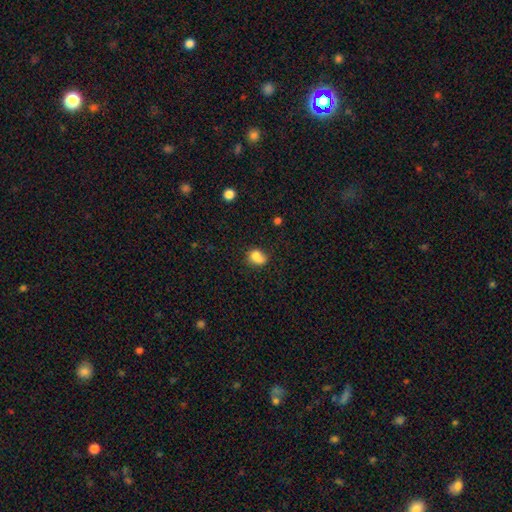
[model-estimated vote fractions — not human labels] Overall: smooth (80%). How rounded: in between (50%; round 49%). Merging: none (47%; minor disturbance 24%).